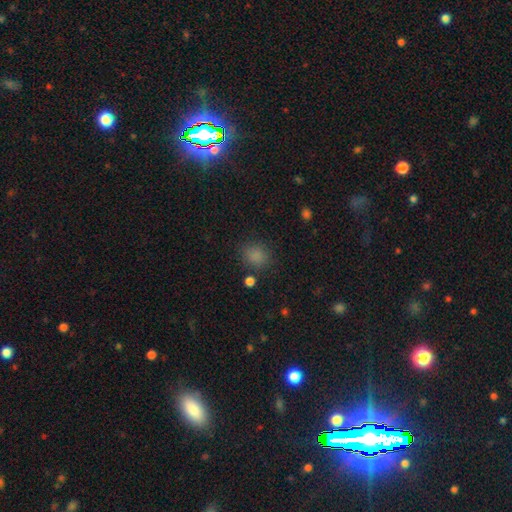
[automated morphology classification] A smooth galaxy with no disk features (81%) that is round (69%). Merging: none (81%).